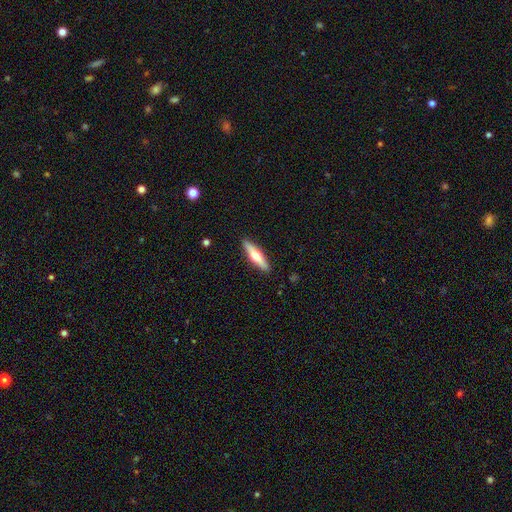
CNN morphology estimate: The model was most divided on "smooth or featured": featured or disk: 48%, smooth: 47%, star or artifact: 5%. More confident: merging — none (91%).